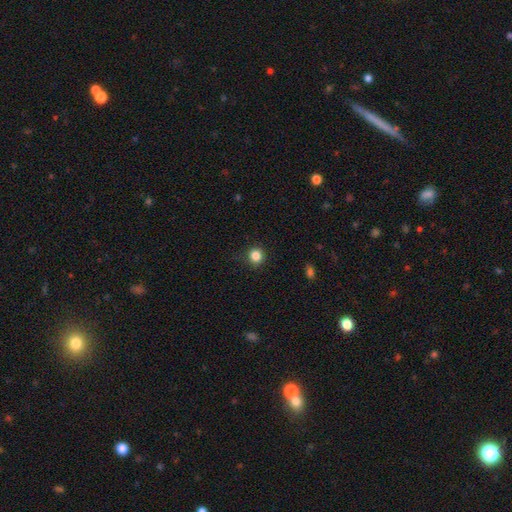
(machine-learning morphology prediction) Smooth or featured: smooth — 84% (star or artifact — 12%)
How rounded: round — 91% (in between — 8%)
Merging: none — 89% (minor disturbance — 8%)